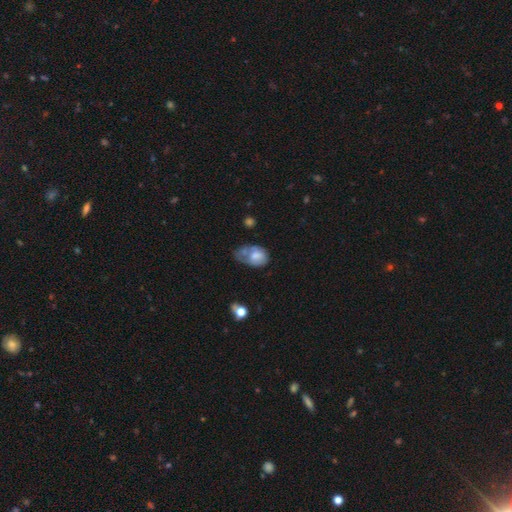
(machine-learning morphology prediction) Smooth or featured? Predicted: smooth (p=0.61). How rounded? Predicted: in between (p=0.82). Merging? Predicted: minor disturbance (p=0.30).